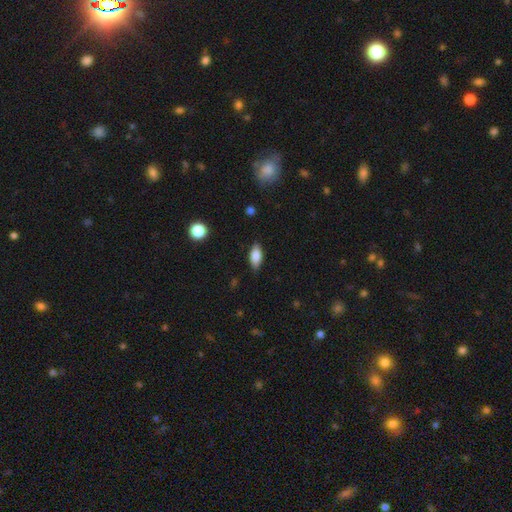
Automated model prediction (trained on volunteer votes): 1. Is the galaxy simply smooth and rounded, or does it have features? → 76% smooth, 17% featured or disk, 8% star or artifact.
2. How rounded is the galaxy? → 86% in between, 11% cigar-shaped, 4% round.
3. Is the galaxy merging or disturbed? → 85% none, 11% minor disturbance, 2% major disturbance, 1% merger.